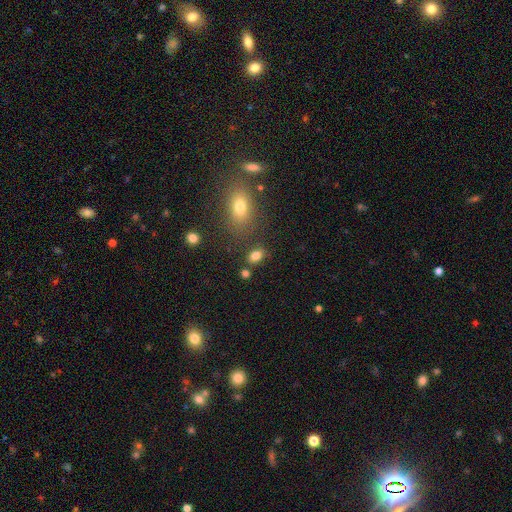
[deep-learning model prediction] A smooth galaxy with no disk features (82%) that is in between round and cigar-shaped (82%).

Vote fractions:
- Smooth or featured? smooth: 82% / star or artifact: 11% / featured or disk: 7%
- How rounded? in between: 82% / round: 16% / cigar-shaped: 2%
- Merging? none: 75% / minor disturbance: 13% / merger: 9% / major disturbance: 4%